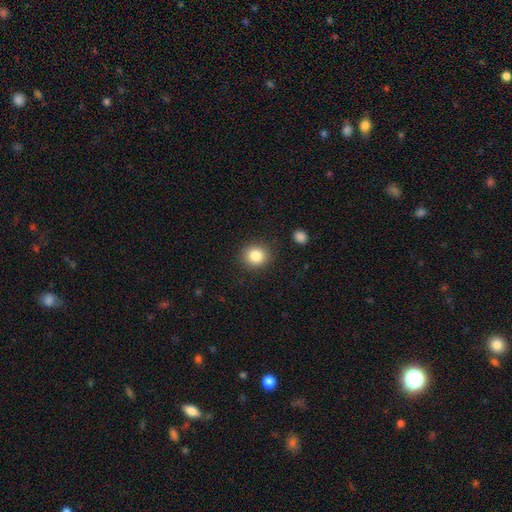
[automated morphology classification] type=smooth (84%); roundness=round (84%); merging=none (89%).